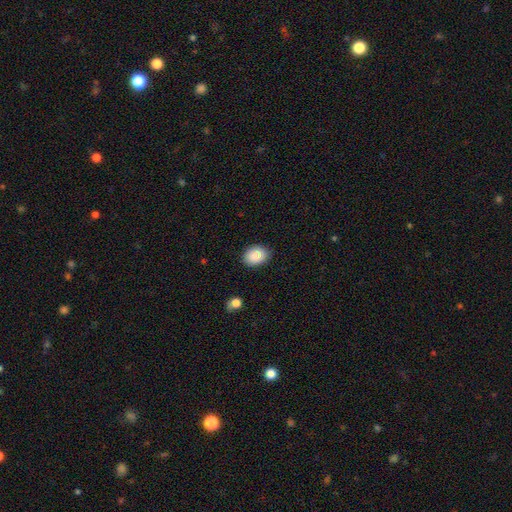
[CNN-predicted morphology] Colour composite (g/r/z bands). It shows a smooth galaxy with no disk features (88%) that is in between round and cigar-shaped (68%). Merging: none (84%).